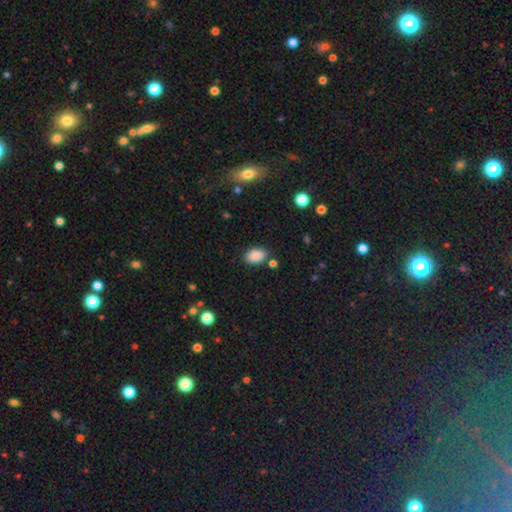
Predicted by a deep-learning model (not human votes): The model was most divided on "merging": none: 80%, minor disturbance: 12%, merger: 5%, major disturbance: 3%. More confident: how rounded — in between (89%); smooth or featured — smooth (87%).